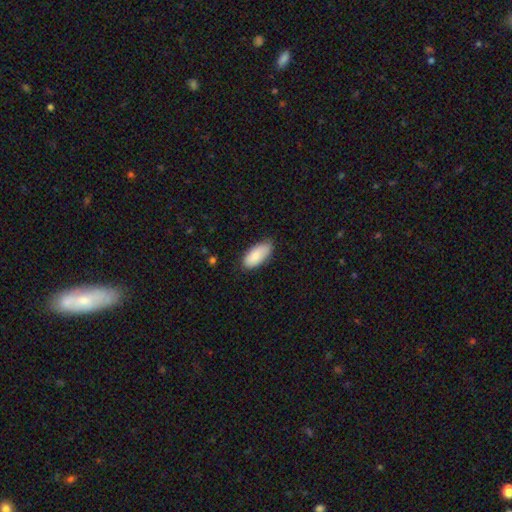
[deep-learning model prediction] Q: Smooth or featured?
A: smooth (85%); runner-up: featured or disk (9%)
Q: How rounded?
A: in between (91%); runner-up: cigar-shaped (7%)
Q: Merging?
A: none (77%); runner-up: minor disturbance (19%)